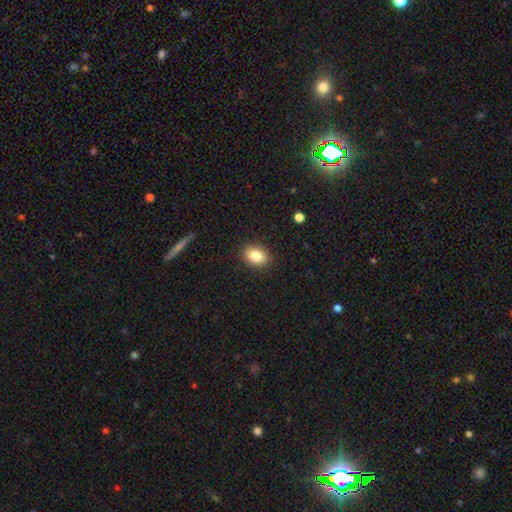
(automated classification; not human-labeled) The model was most divided on "how rounded": in between: 72%, round: 27%, cigar-shaped: 1%. More confident: merging — none (89%); smooth or featured — smooth (83%).